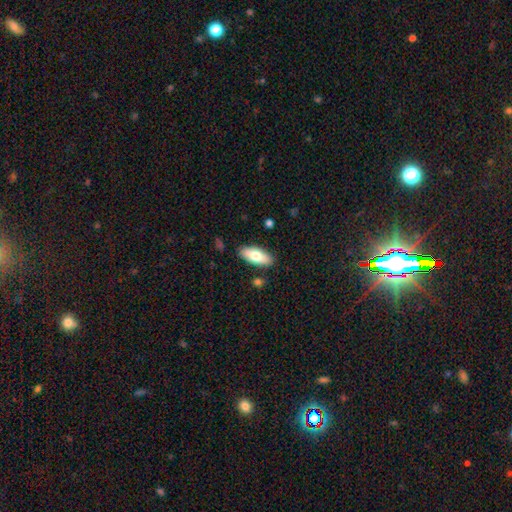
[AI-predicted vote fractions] smooth-or-featured: smooth: 74% | featured or disk: 20% | star or artifact: 6%
  how-rounded: in between: 84% | cigar-shaped: 14% | round: 2%
  merging: none: 86% | minor disturbance: 10% | merger: 2% | major disturbance: 2%